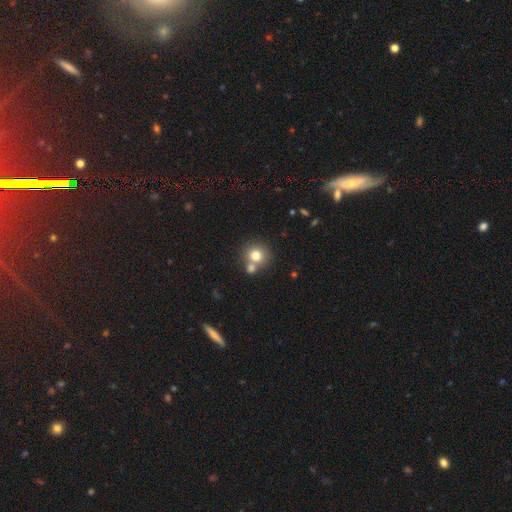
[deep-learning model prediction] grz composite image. It shows a smooth galaxy with no disk features (76%) that is round (89%). Merging: none (57%).